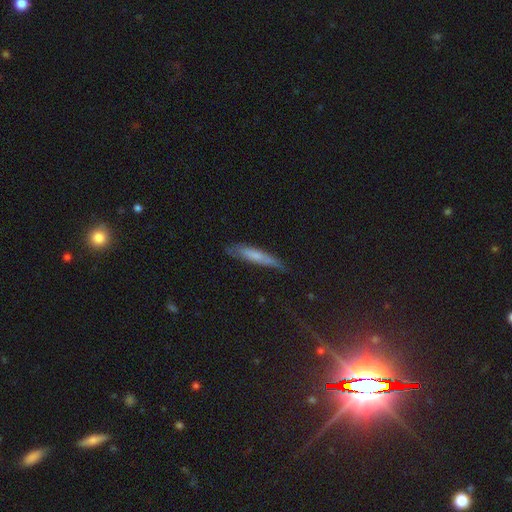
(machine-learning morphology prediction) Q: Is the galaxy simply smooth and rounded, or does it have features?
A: smooth — 61%.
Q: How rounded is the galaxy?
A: cigar-shaped — 89%.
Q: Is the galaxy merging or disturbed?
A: none — 70%.